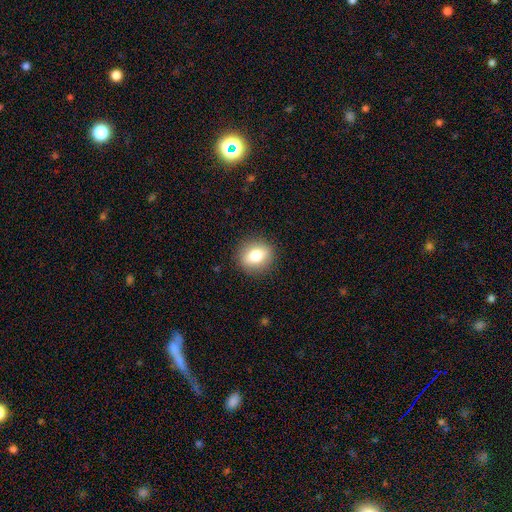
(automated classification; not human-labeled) This is likely a smooth galaxy (77%). How rounded: possibly round (58%). Merging: clearly none (89%).